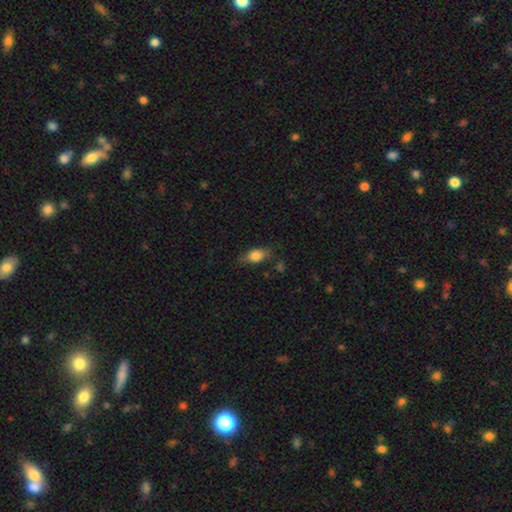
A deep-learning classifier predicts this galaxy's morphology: Overall: smooth (77%). How rounded: in between (81%). Merging: none (70%).